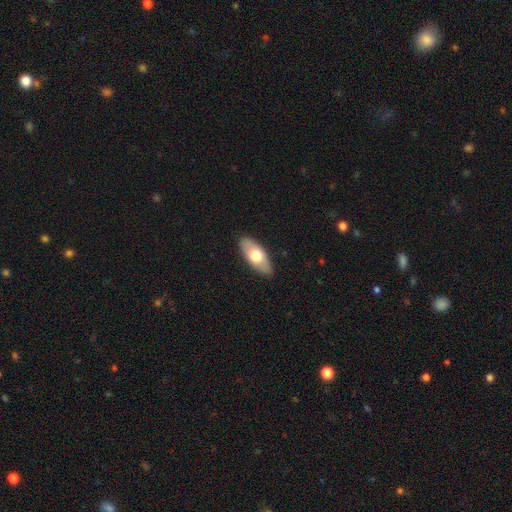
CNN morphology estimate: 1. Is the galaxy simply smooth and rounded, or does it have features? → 62% smooth, 33% featured or disk, 5% star or artifact.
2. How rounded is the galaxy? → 86% in between, 11% cigar-shaped, 3% round.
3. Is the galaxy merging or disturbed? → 87% none, 10% minor disturbance, 2% major disturbance, 1% merger.